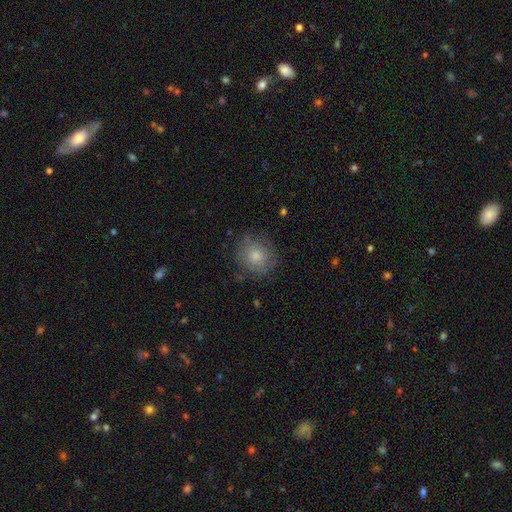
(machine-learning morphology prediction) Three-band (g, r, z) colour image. It shows a smooth galaxy with no disk features (72%) that is round (86%). Merging: none (75%).